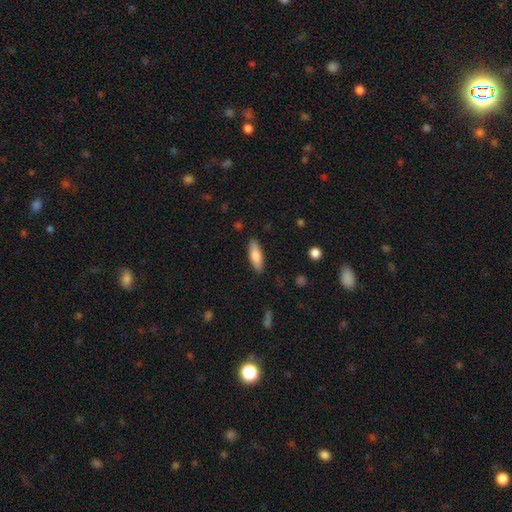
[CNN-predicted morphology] Smooth or featured: smooth — 80% (featured or disk — 14%)
How rounded: in between — 57% (cigar-shaped — 41%)
Merging: none — 88% (minor disturbance — 9%)